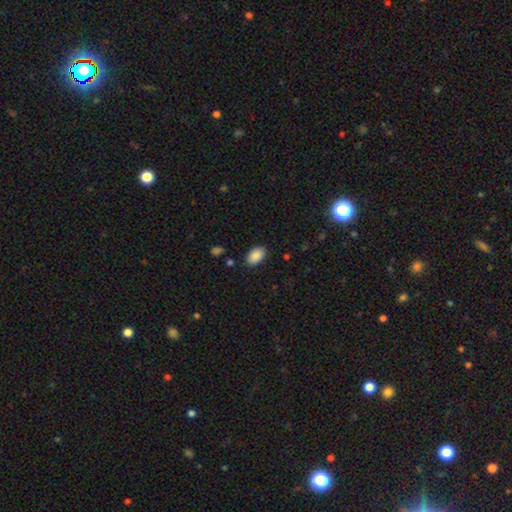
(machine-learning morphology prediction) smooth-or-featured: smooth: 89% | star or artifact: 7% | featured or disk: 4%
  how-rounded: in between: 92% | round: 7% | cigar-shaped: 1%
  merging: none: 86% | minor disturbance: 10% | major disturbance: 2% | merger: 1%